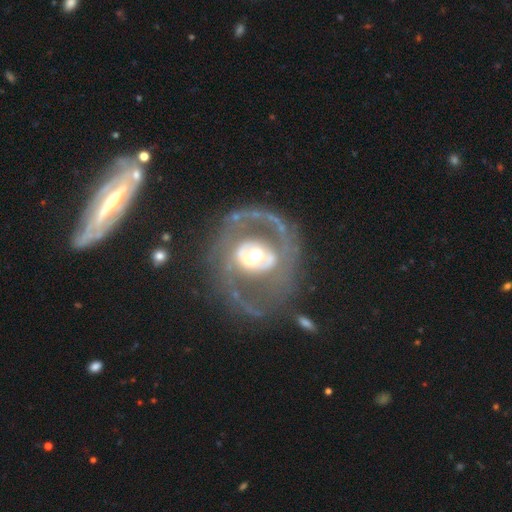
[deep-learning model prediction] featured or disk 76%, smooth 17%, star or artifact 7%. Down the decision tree: edge-on disk — no (96%); bar — no (52%); spiral arms — yes (57%); bulge size — moderate (59%); merging — none (61%).